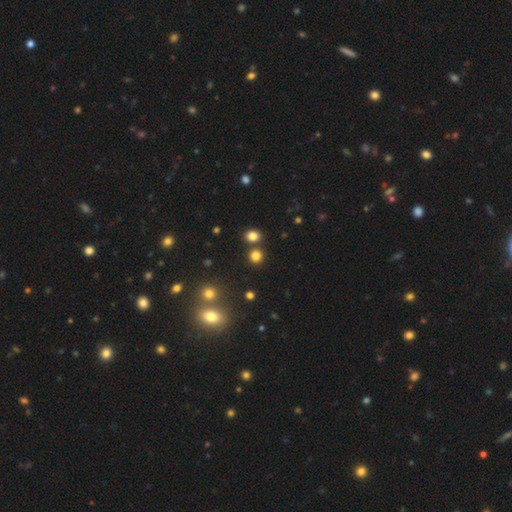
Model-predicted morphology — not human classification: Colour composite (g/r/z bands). It shows a smooth galaxy with no disk features (81%) that is round (85%). Merging: none (79%).